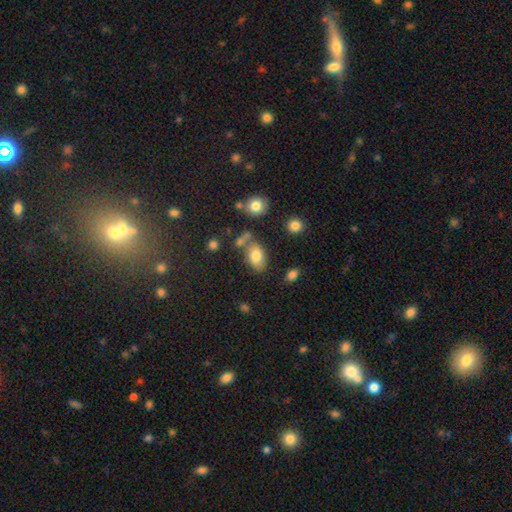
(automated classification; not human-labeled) Smooth or featured?
  - smooth: 77% *
  - featured or disk: 13%
  - star or artifact: 10%
How rounded?
  - in between: 86% *
  - round: 12%
  - cigar-shaped: 2%
Merging?
  - none: 60% *
  - minor disturbance: 18%
  - merger: 15%
  - major disturbance: 7%